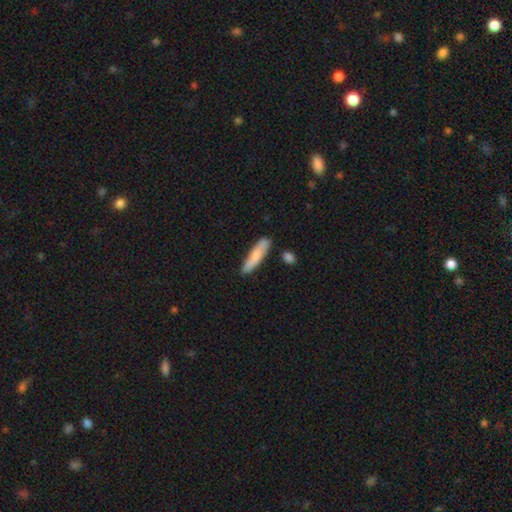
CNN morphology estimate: Overall: smooth (77%). How rounded: cigar-shaped (80%). Merging: none (79%).